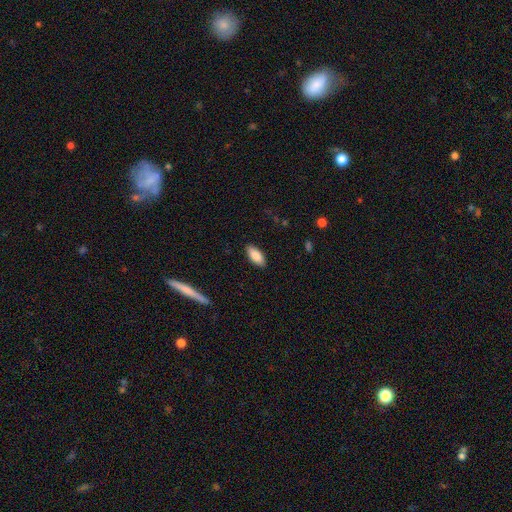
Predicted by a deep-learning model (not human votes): Overall: smooth (87%). How rounded: in between (84%). Merging: none (88%).